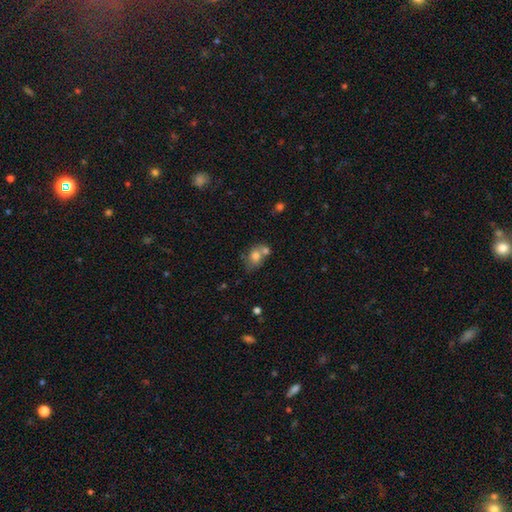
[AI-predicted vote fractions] Smooth or featured? smooth (74%)
How rounded? in between (60%)
Merging? merger (42%)